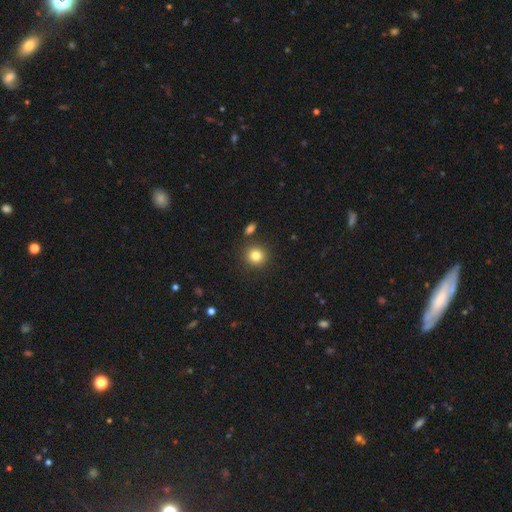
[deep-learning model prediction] This appears to be a smooth galaxy with no disk features (82%) that is round (91%). Merging: none (86%).